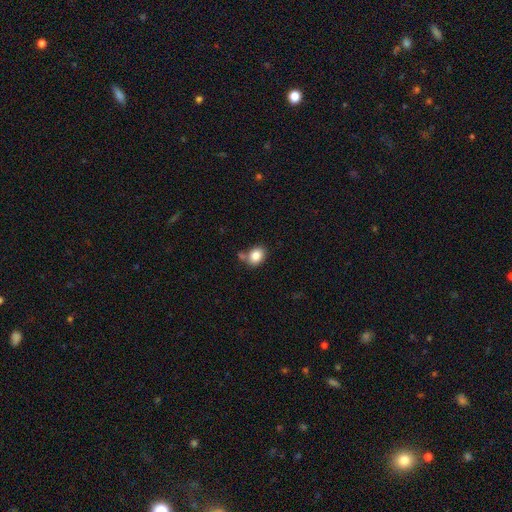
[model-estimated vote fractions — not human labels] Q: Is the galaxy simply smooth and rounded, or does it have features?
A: smooth — 83%.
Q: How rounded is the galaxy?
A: in between — 56%.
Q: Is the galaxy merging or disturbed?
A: none — 62%.